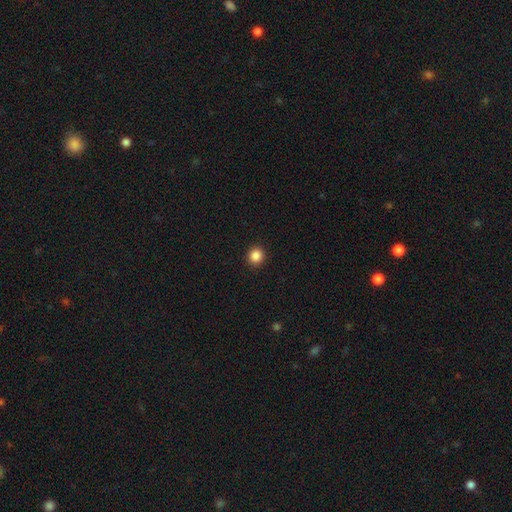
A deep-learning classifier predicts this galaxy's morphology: Q: Smooth or featured?
A: smooth (87%); runner-up: star or artifact (11%)
Q: How rounded?
A: round (91%); runner-up: in between (8%)
Q: Merging?
A: none (93%); runner-up: minor disturbance (5%)